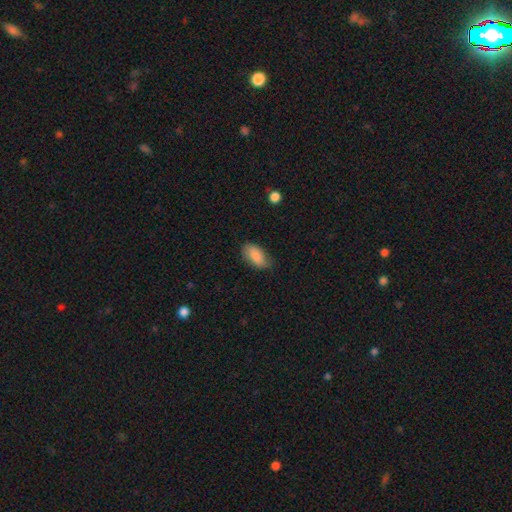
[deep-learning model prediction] The model was most divided on "merging": none: 76%, minor disturbance: 19%, major disturbance: 4%, merger: 1%. More confident: how rounded — in between (92%); smooth or featured — smooth (86%).